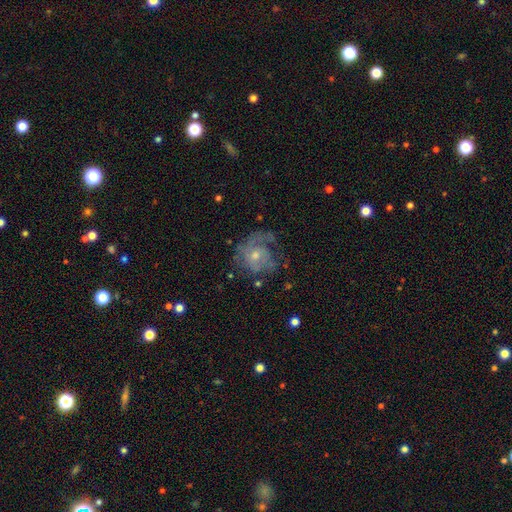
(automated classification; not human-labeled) Smooth or featured: featured or disk — 73% (smooth — 19%)
Edge-on disk: no — 98% (yes — 2%)
Bar: no — 75% (weak — 22%)
Spiral arms: yes — 82% (no — 18%)
Spiral winding: tight — 42% (medium — 37%)
Spiral arm count: can't tell — 31% (1 — 30%)
Bulge size: moderate — 51% (small — 43%)
Merging: none — 51% (major disturbance — 25%)